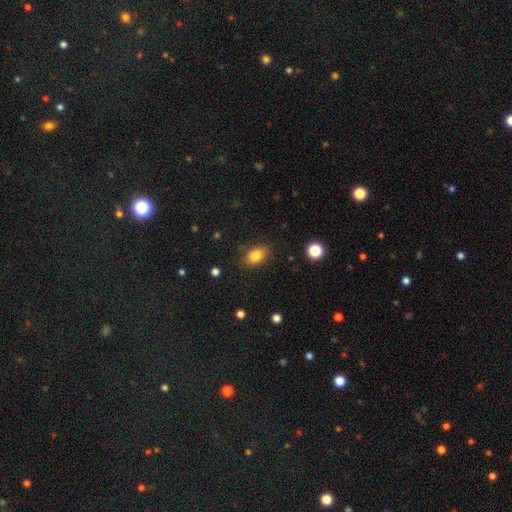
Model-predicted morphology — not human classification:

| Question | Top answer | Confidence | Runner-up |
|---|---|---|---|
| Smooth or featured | smooth | 83% | star or artifact (10%) |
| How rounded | in between | 75% | round (23%) |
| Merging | none | 83% | minor disturbance (13%) |